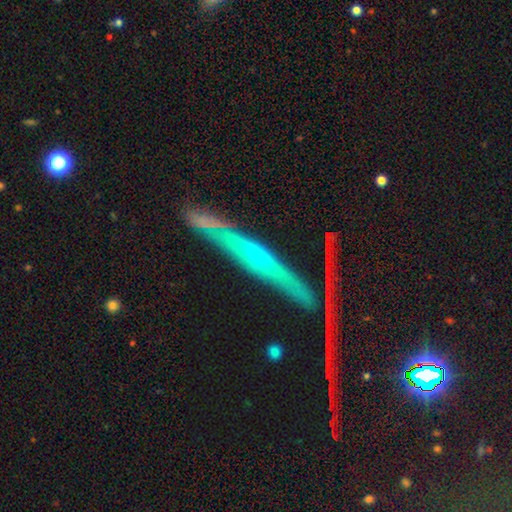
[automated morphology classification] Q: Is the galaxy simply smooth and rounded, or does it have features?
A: featured or disk — 68%.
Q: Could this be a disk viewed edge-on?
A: yes — 88%.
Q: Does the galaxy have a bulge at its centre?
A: rounded — 56%.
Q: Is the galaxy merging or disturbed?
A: none — 68%.